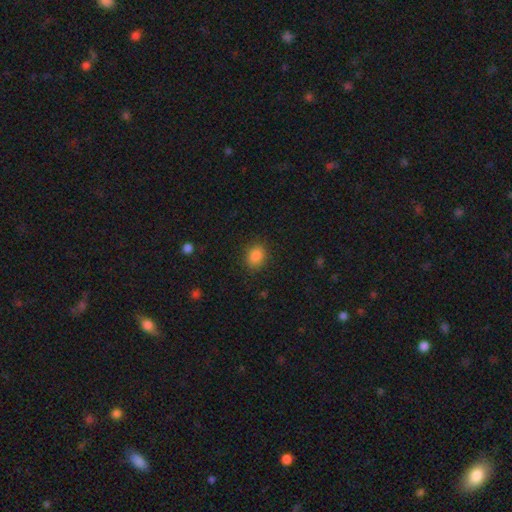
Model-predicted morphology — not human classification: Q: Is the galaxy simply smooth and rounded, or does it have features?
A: smooth — 86%.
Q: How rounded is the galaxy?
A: in between — 58%.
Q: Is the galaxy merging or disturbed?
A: none — 87%.